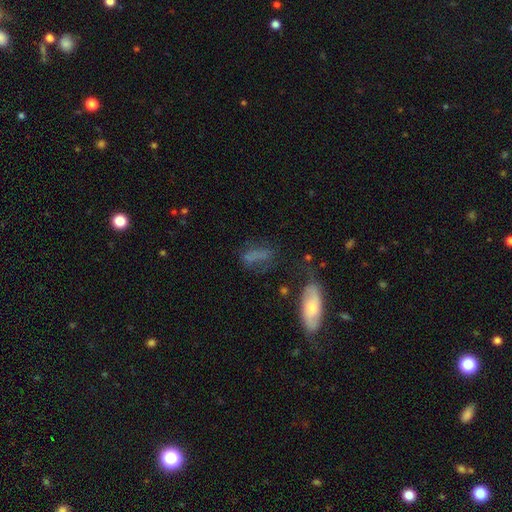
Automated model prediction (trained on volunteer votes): Morphology: type=smooth (59%); roundness=in between (60%); merging=none (45%).